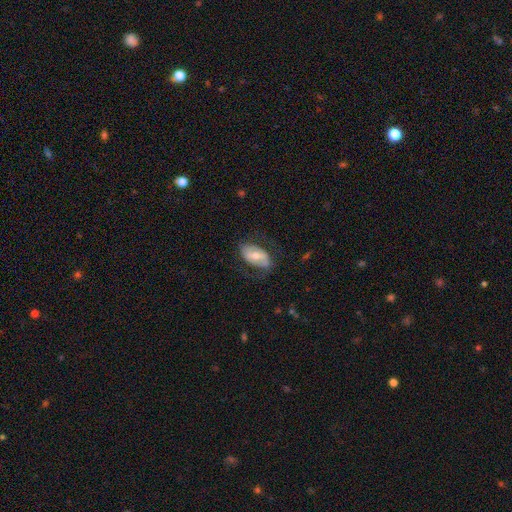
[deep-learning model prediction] A featured or disk galaxy (62%) with a weak bar (40%), spiral arms (69%) and a moderate central bulge (62%).

Vote fractions:
- Smooth or featured? featured or disk: 62% / smooth: 32% / star or artifact: 6%
- Edge-on disk? no: 93% / yes: 7%
- Bar? weak: 40% / strong: 36% / no: 24%
- Spiral arms? yes: 69% / no: 31%
- Bulge size? moderate: 62% / small: 31% / large: 5% / none: 2% / dominant: 1%
- Merging? none: 66% / minor disturbance: 19% / major disturbance: 14% / merger: 1%